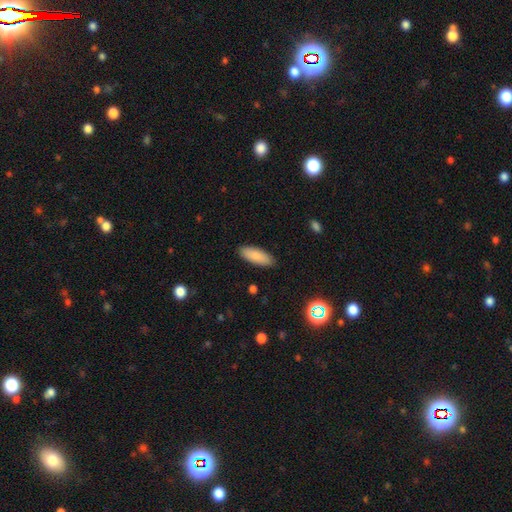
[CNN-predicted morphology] Smooth or featured?
  - smooth: 87% *
  - featured or disk: 7%
  - star or artifact: 6%
How rounded?
  - in between: 73% *
  - cigar-shaped: 26%
  - round: 2%
Merging?
  - none: 89% *
  - minor disturbance: 9%
  - major disturbance: 2%
  - merger: 1%